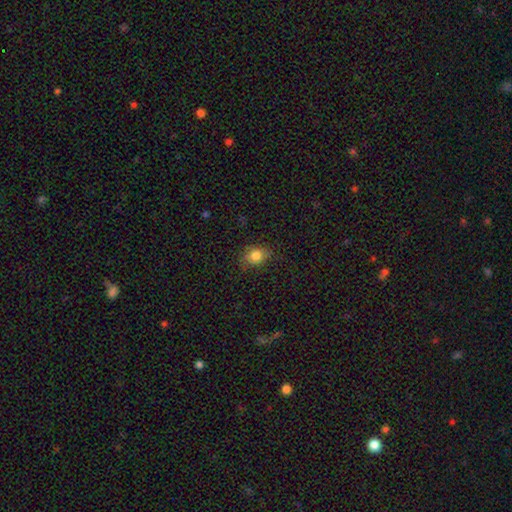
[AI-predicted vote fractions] A smooth galaxy with no disk features (82%) that is in between round and cigar-shaped (51%).

Vote fractions:
- Smooth or featured? smooth: 82% / star or artifact: 11% / featured or disk: 7%
- How rounded? in between: 51% / round: 47% / cigar-shaped: 1%
- Merging? none: 77% / minor disturbance: 18% / major disturbance: 4% / merger: 1%